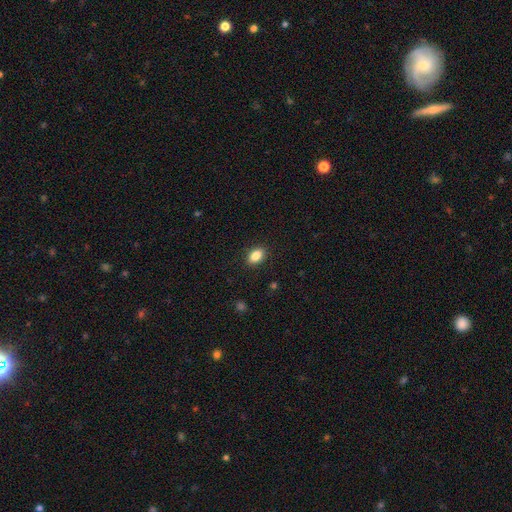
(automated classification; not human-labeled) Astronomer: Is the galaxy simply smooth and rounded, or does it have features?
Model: smooth — 86%.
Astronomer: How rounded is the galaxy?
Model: in between — 87%.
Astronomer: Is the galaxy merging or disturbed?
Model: none — 88%.